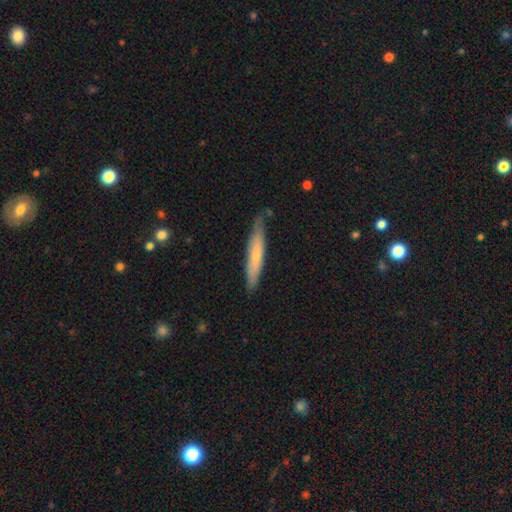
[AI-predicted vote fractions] Morphology: type=smooth (59%); roundness=cigar-shaped (92%); merging=none (78%).